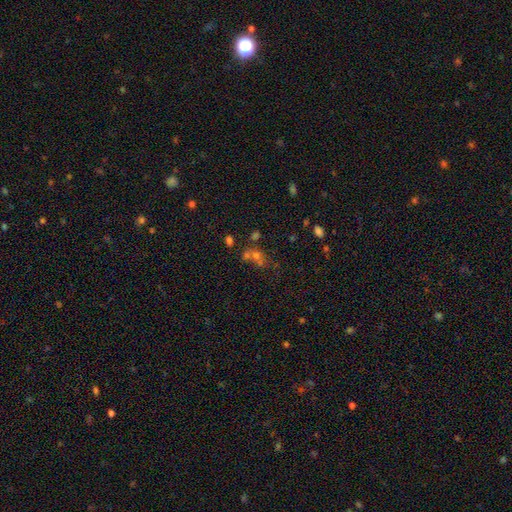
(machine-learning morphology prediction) smooth 43%, star or artifact 37%, featured or disk 19%. Down the decision tree: merging — merger (43%).